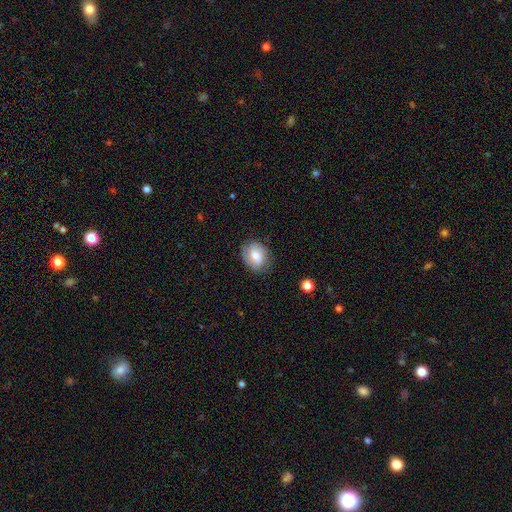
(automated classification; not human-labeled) Overall: smooth (69%). How rounded: in between (60%; round 39%). Merging: none (75%).